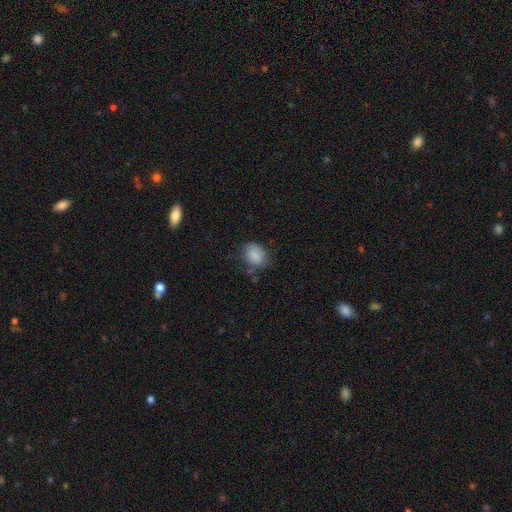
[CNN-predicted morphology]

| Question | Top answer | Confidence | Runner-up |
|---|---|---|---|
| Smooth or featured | smooth | 85% | star or artifact (8%) |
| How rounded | in between | 64% | round (35%) |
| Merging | none | 68% | minor disturbance (23%) |